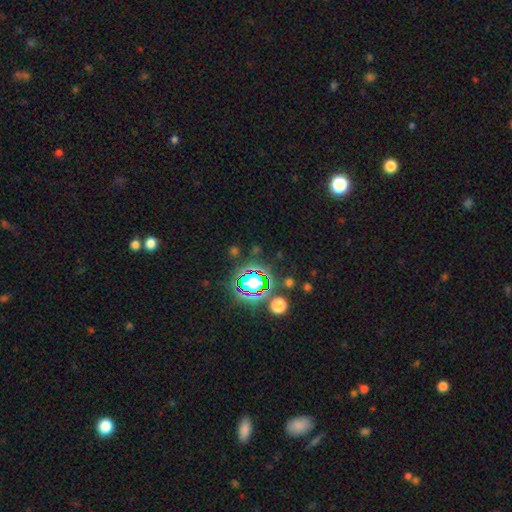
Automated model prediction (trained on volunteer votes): This is likely a star or artifact rather than a galaxy (77%).